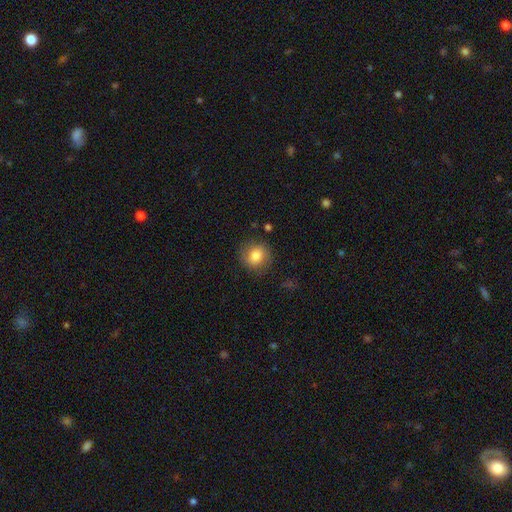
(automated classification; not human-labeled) Smooth or featured?
  - smooth: 80% *
  - featured or disk: 12%
  - star or artifact: 9%
How rounded?
  - round: 85% *
  - in between: 14%
  - cigar-shaped: 1%
Merging?
  - none: 82% *
  - minor disturbance: 12%
  - major disturbance: 4%
  - merger: 2%